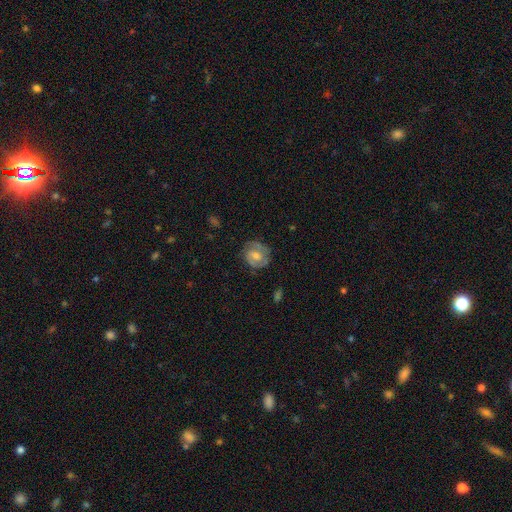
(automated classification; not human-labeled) This appears to be a featured or disk galaxy (66%) with a weak bar (47%), 2 (70%) tight (51%) spiral arms (84%) and a moderate central bulge (53%). Merging: none (74%).